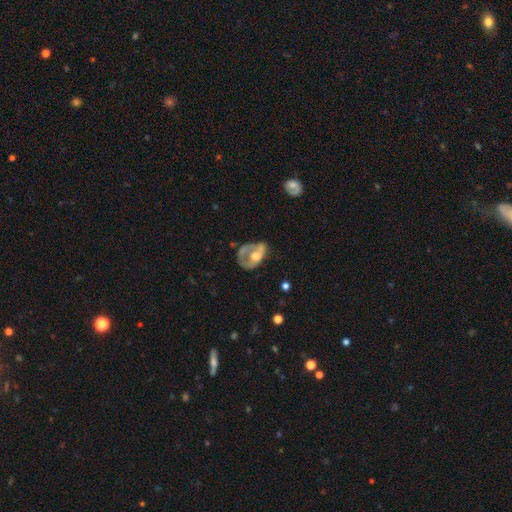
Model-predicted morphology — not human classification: A featured or disk galaxy (51%). Merging: major disturbance (41%).